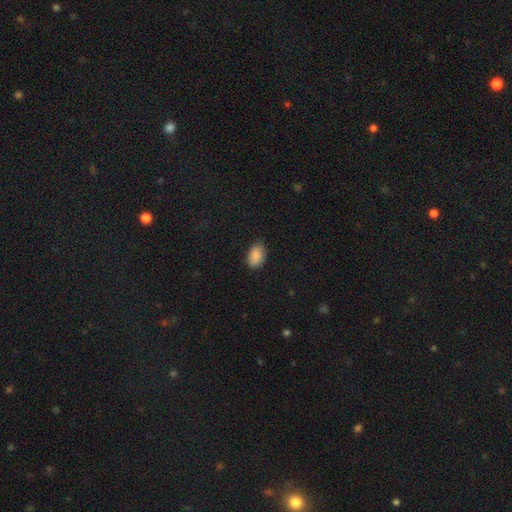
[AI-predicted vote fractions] Q: Smooth or featured?
A: smooth (89%); runner-up: star or artifact (7%)
Q: How rounded?
A: in between (90%); runner-up: round (8%)
Q: Merging?
A: none (85%); runner-up: minor disturbance (12%)